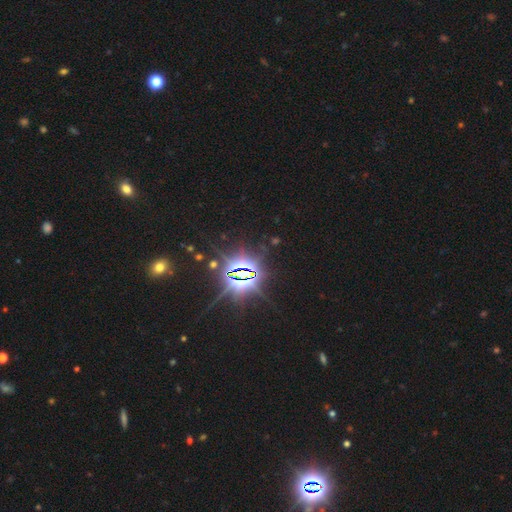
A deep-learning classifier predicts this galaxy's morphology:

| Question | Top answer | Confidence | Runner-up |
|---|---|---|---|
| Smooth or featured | star or artifact | 85% | smooth (8%) |